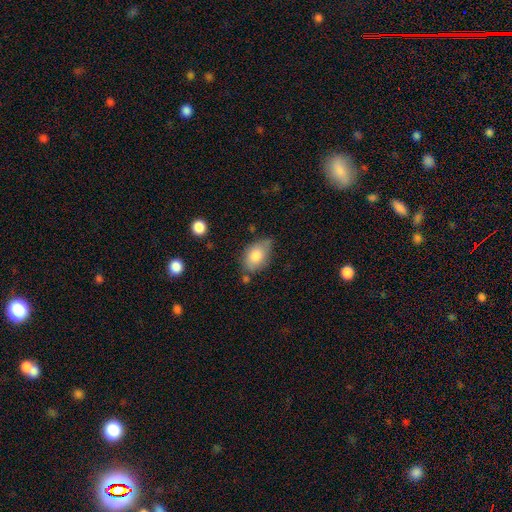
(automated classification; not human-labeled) Smooth or featured: smooth — 81% (featured or disk — 12%)
How rounded: in between — 88% (round — 11%)
Merging: none — 61% (minor disturbance — 28%)